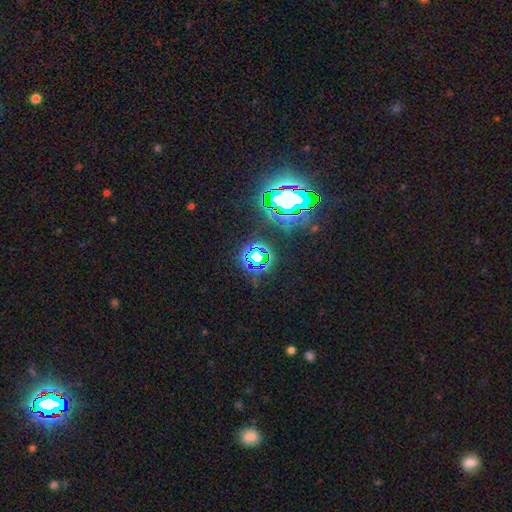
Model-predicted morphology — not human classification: A star or artifact, not a galaxy (75%).

Vote fractions:
- Smooth or featured? star or artifact: 75% / smooth: 16% / featured or disk: 9%